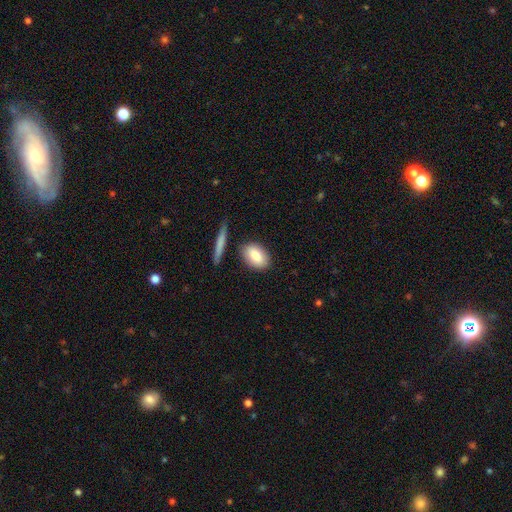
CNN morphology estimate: type=smooth (83%); roundness=in between (86%); merging=none (80%).